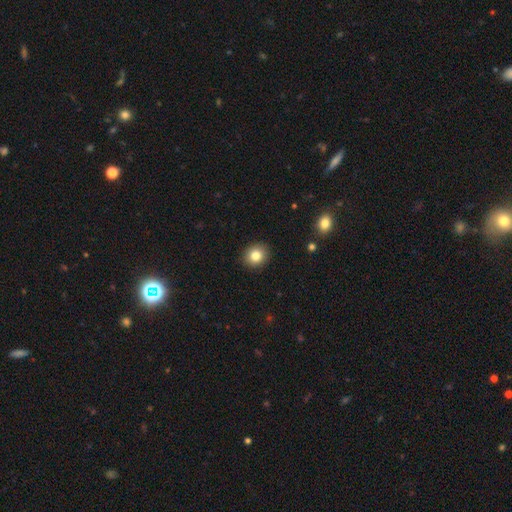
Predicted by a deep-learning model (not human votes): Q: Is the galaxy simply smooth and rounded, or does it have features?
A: smooth — 83%.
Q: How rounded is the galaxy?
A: round — 77%.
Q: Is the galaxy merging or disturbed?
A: none — 91%.